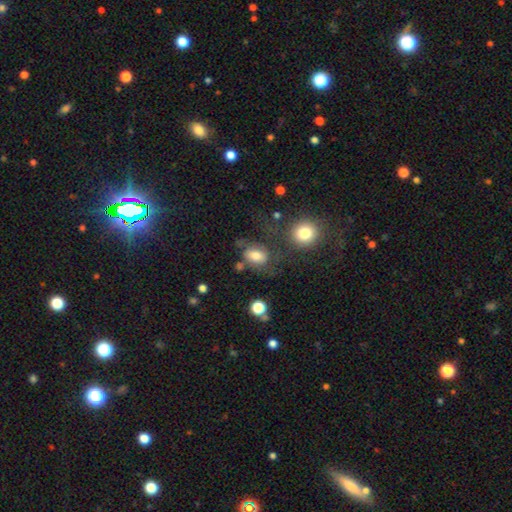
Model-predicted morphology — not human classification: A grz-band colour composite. It shows a smooth galaxy with no disk features (67%) that is in between round and cigar-shaped (73%). Merging: none (45%).